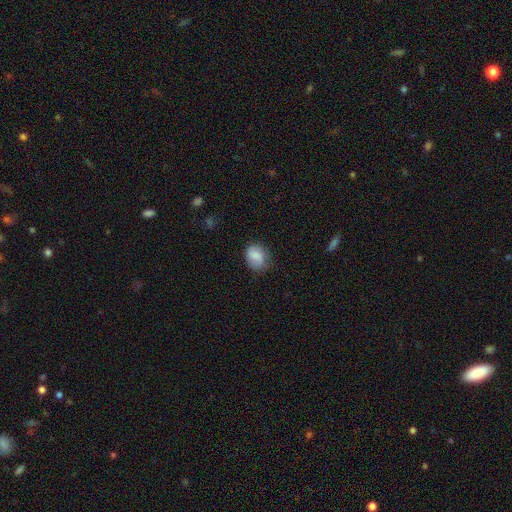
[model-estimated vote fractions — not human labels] Smooth or featured? smooth (78%)
How rounded? round (54%)
Merging? none (65%)